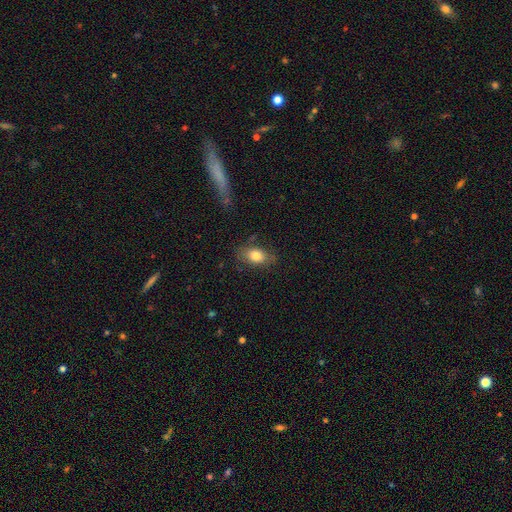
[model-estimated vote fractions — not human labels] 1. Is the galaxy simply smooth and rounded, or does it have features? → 80% smooth, 12% featured or disk, 8% star or artifact.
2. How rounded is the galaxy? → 84% in between, 14% round, 2% cigar-shaped.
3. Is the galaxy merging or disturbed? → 73% none, 19% minor disturbance, 6% major disturbance, 2% merger.